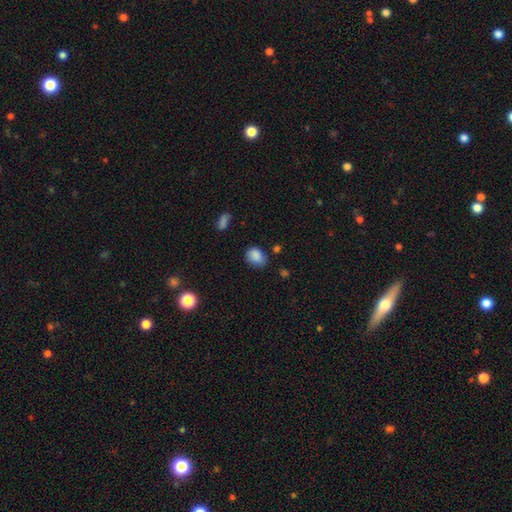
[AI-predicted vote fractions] smooth-or-featured: smooth: 86% | star or artifact: 9% | featured or disk: 5%
  how-rounded: in between: 62% | round: 37% | cigar-shaped: 1%
  merging: none: 64% | minor disturbance: 27% | major disturbance: 6% | merger: 3%